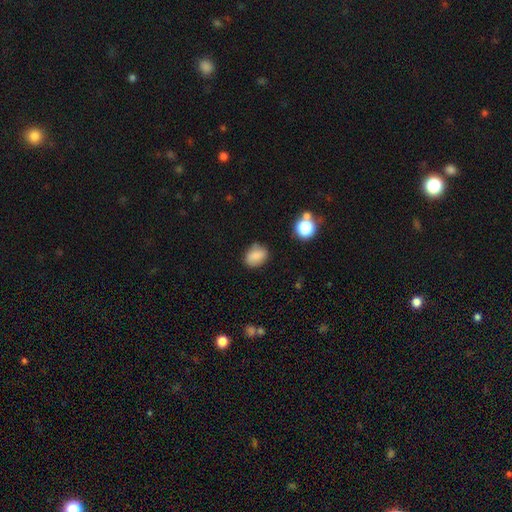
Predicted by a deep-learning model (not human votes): The model was most divided on "how rounded": in between: 71%, round: 28%, cigar-shaped: 1%. More confident: smooth or featured — smooth (83%); merging — none (77%).